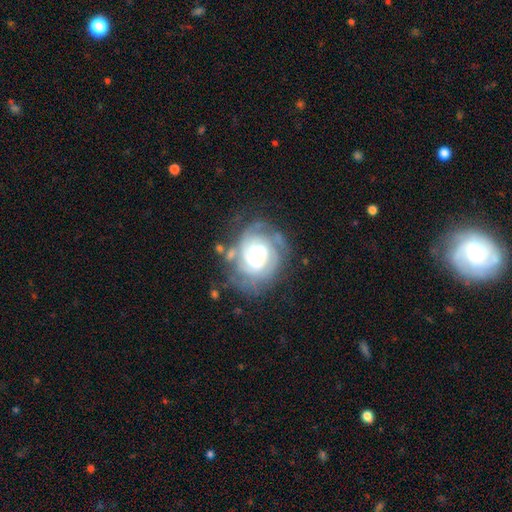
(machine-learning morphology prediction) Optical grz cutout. It shows a featured or disk galaxy (77%) with no bar (62%), tight (67%) spiral arms (90%) and a large central bulge (41%). Merging: none (61%).